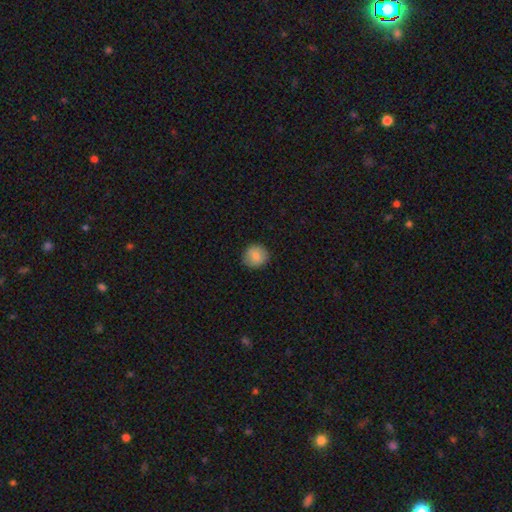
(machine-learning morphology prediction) A smooth galaxy with no disk features (81%) that is round (90%). Merging: none (88%).